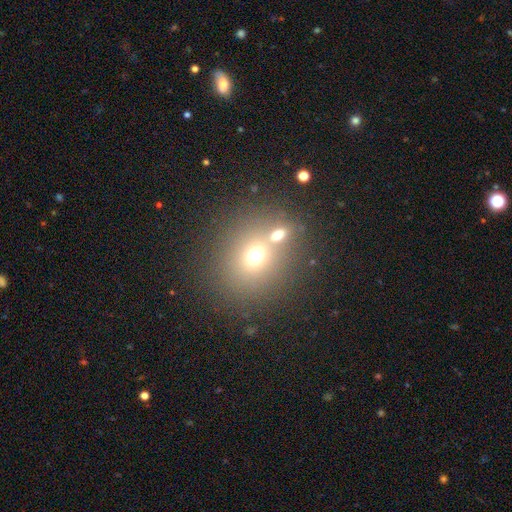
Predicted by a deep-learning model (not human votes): Smooth or featured? smooth (67%)
How rounded? round (69%)
Merging? none (47%)